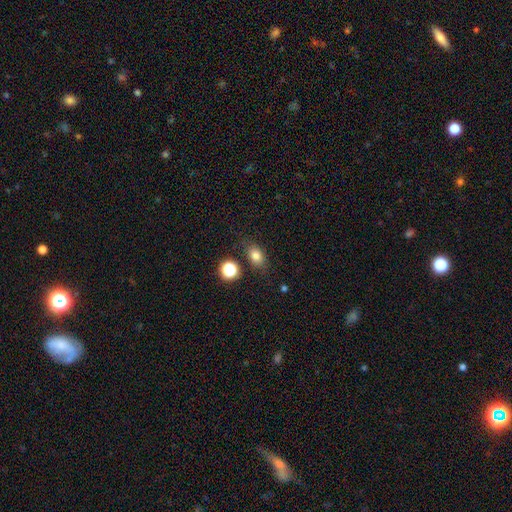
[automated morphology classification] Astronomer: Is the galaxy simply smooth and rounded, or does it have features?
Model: smooth — 79%.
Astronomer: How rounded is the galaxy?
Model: in between — 66%.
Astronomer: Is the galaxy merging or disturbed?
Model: none — 78%.